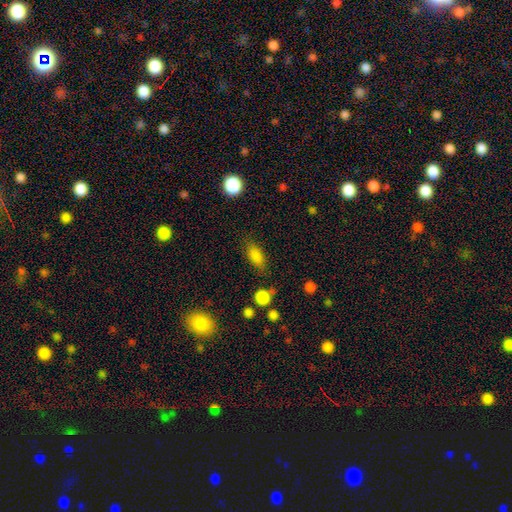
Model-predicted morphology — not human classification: This is clearly a smooth galaxy (83%). How rounded: clearly in between (82%). Merging: likely none (76%).